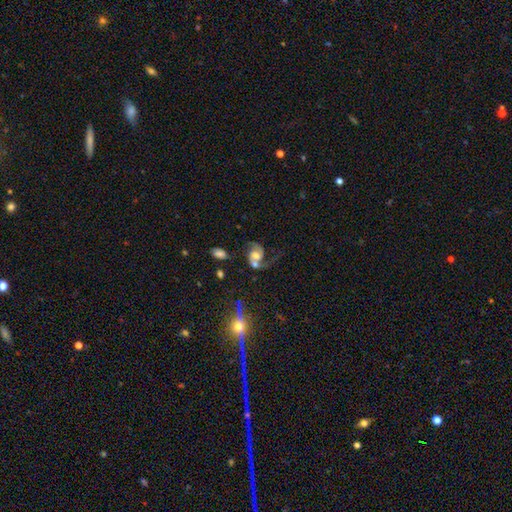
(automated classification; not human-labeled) Smooth or featured: featured or disk — 79% (smooth — 13%)
Edge-on disk: no — 98% (yes — 2%)
Bar: no — 58% (weak — 33%)
Spiral arms: yes — 94% (no — 6%)
Spiral winding: medium — 45% (loose — 42%)
Spiral arm count: 2 — 82% (1 — 12%)
Bulge size: moderate — 49% (large — 22%)
Merging: none — 39% (merger — 28%)